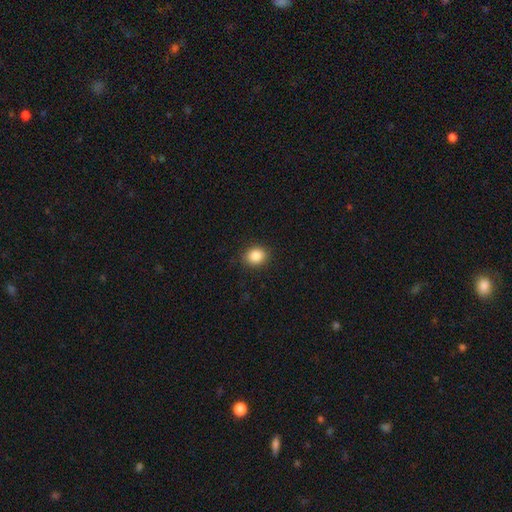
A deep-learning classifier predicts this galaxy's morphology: Q: Smooth or featured?
A: smooth (87%); runner-up: star or artifact (9%)
Q: How rounded?
A: round (67%); runner-up: in between (32%)
Q: Merging?
A: none (90%); runner-up: minor disturbance (7%)